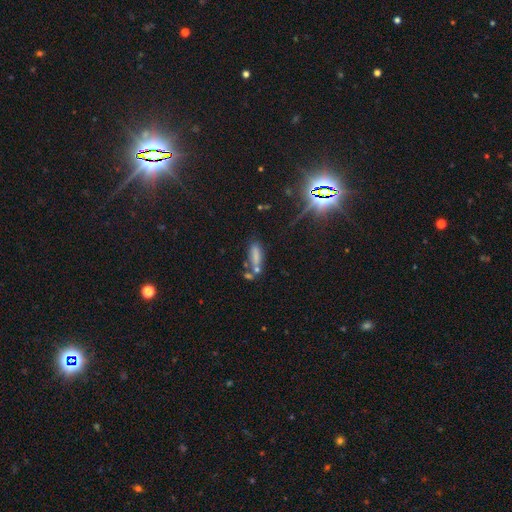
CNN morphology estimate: type=smooth (69%); roundness=cigar-shaped (52%); merging=none (46%).